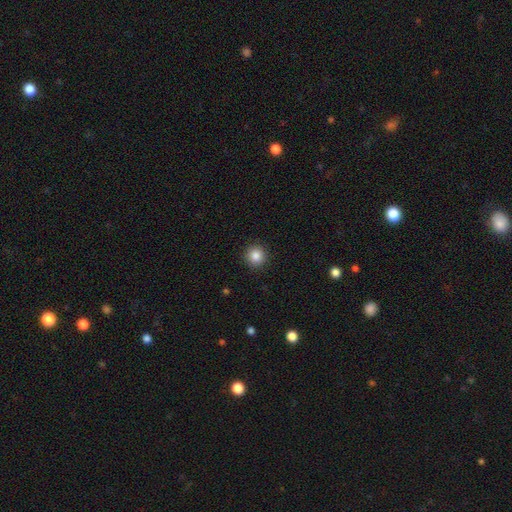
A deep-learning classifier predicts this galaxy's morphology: The model was most divided on "smooth or featured": smooth: 86%, star or artifact: 10%, featured or disk: 4%. More confident: how rounded — round (93%); merging — none (92%).